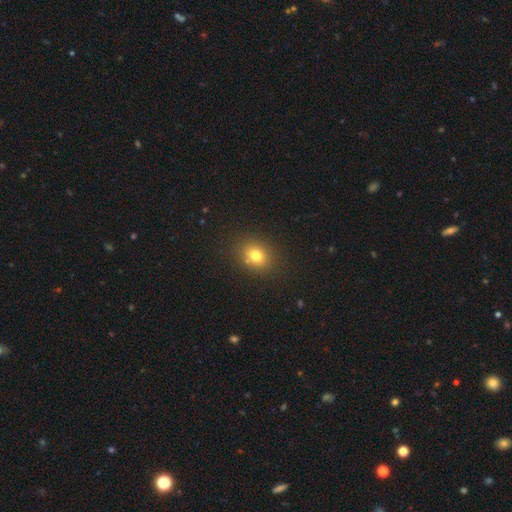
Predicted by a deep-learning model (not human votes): smooth_or_featured: smooth (p=0.76) [alt: star or artifact p=0.14]
how_rounded: round (p=0.55) [alt: in between p=0.44]
merging: none (p=0.80) [alt: minor disturbance p=0.10]